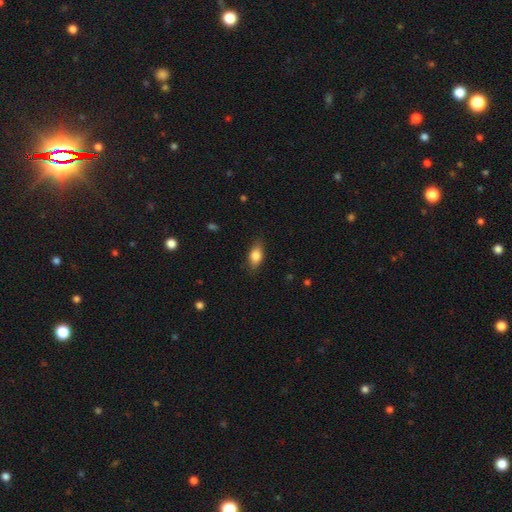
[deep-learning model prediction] A smooth galaxy with no disk features (82%) that is in between round and cigar-shaped (84%).

Vote fractions:
- Smooth or featured? smooth: 82% / featured or disk: 11% / star or artifact: 8%
- How rounded? in between: 84% / round: 9% / cigar-shaped: 7%
- Merging? none: 80% / minor disturbance: 15% / major disturbance: 4% / merger: 1%